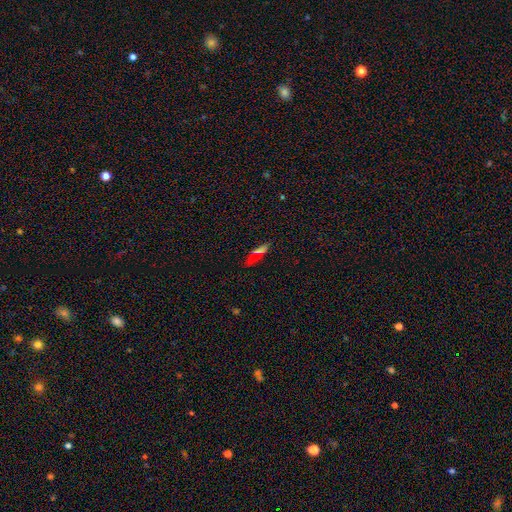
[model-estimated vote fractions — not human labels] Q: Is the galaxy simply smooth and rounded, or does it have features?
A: smooth — 63%.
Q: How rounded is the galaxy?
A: cigar-shaped — 66%.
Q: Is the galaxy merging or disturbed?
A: none — 76%.